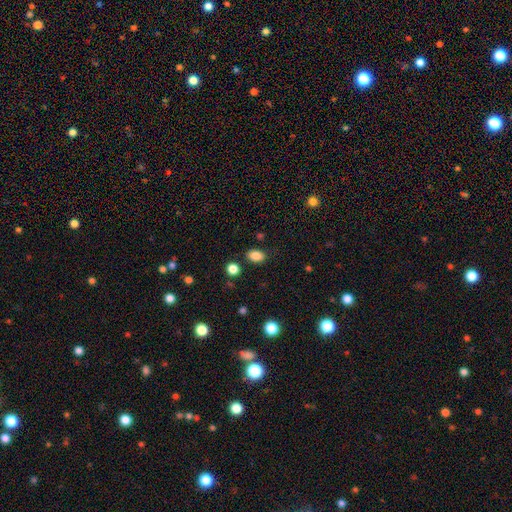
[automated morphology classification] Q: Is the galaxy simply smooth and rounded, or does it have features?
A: smooth — 86%.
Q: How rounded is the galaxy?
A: in between — 80%.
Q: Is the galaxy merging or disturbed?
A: none — 81%.